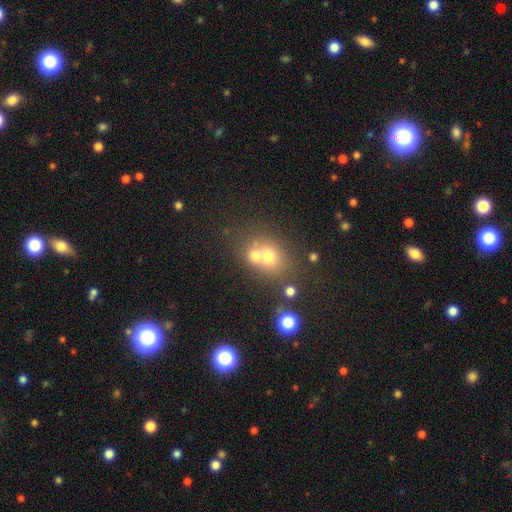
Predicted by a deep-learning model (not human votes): smooth 67%, featured or disk 19%, star or artifact 15%. Down the decision tree: how rounded — round (64%); merging — merger (52%).